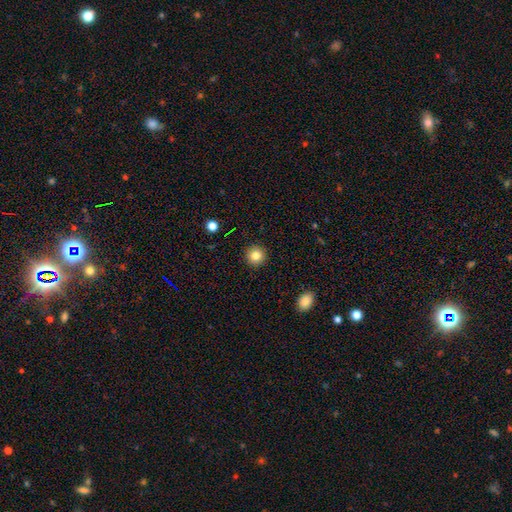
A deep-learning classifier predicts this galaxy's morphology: smooth-or-featured: smooth: 83% | star or artifact: 11% | featured or disk: 7%
  how-rounded: round: 95% | in between: 4% | cigar-shaped: 1%
  merging: none: 93% | minor disturbance: 5% | major disturbance: 2% | merger: 1%